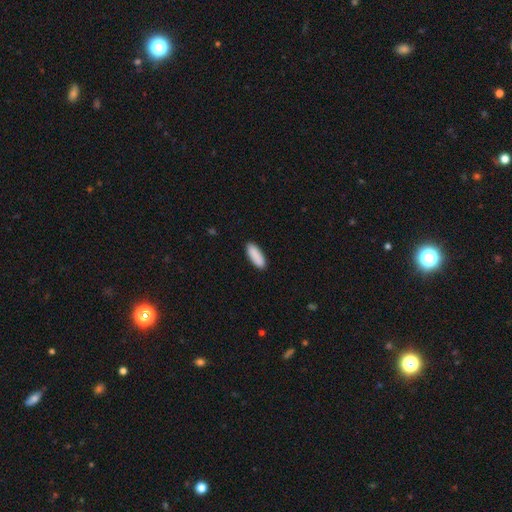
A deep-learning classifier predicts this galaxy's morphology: This is clearly a smooth galaxy (90%). How rounded: likely in between (69%). Merging: clearly none (89%).